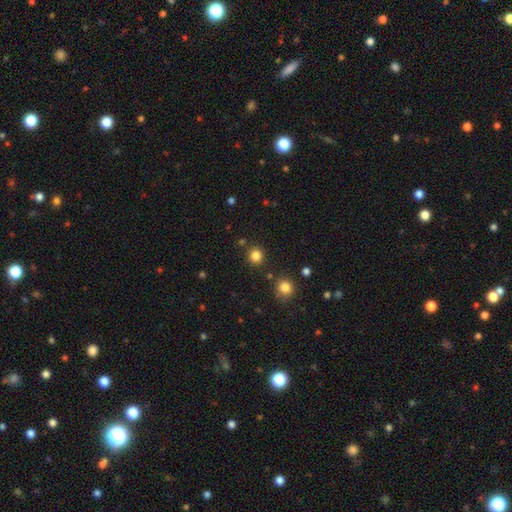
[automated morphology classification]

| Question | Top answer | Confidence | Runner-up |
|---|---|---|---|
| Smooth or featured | smooth | 83% | star or artifact (13%) |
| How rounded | round | 92% | in between (7%) |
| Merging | none | 87% | minor disturbance (6%) |